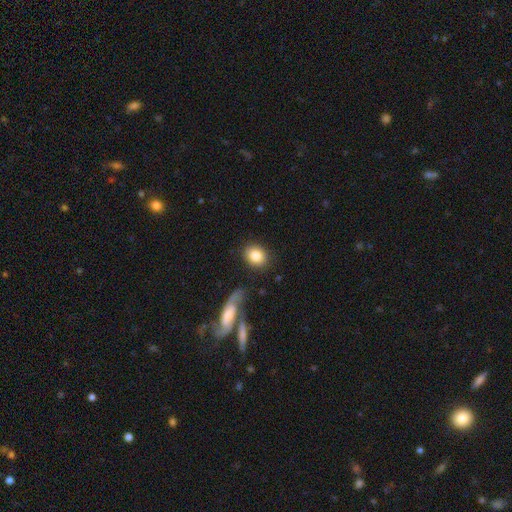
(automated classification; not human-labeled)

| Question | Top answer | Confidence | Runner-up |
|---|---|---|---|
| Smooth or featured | smooth | 84% | featured or disk (9%) |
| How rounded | in between | 49% | tied: round (49%) |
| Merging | none | 83% | minor disturbance (10%) |